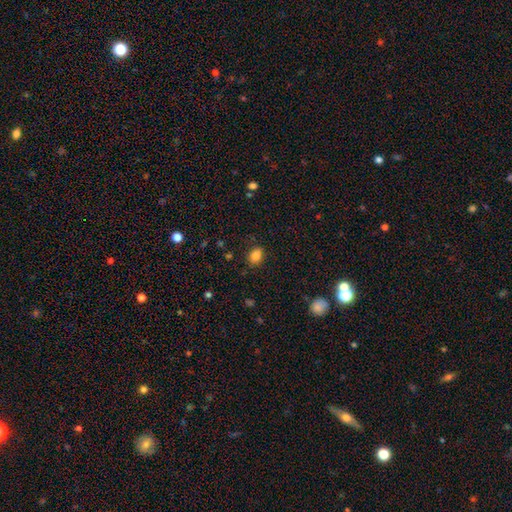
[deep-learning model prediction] This is clearly a smooth galaxy (84%). How rounded: possibly in between (59%). Merging: clearly none (84%).